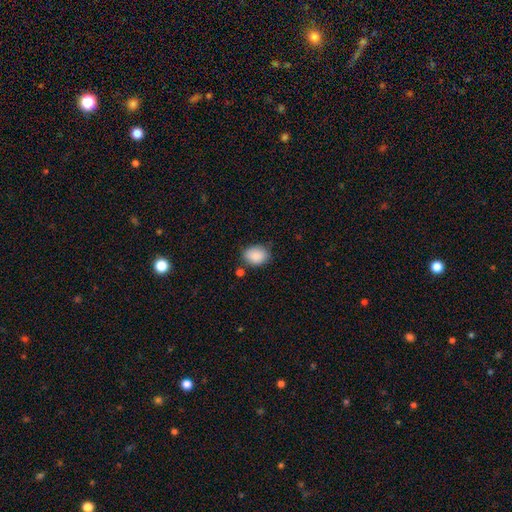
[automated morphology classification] Smooth or featured?
  - smooth: 89% *
  - star or artifact: 7%
  - featured or disk: 4%
How rounded?
  - in between: 68% *
  - round: 31%
  - cigar-shaped: 1%
Merging?
  - none: 72% *
  - minor disturbance: 19%
  - major disturbance: 4%
  - merger: 4%